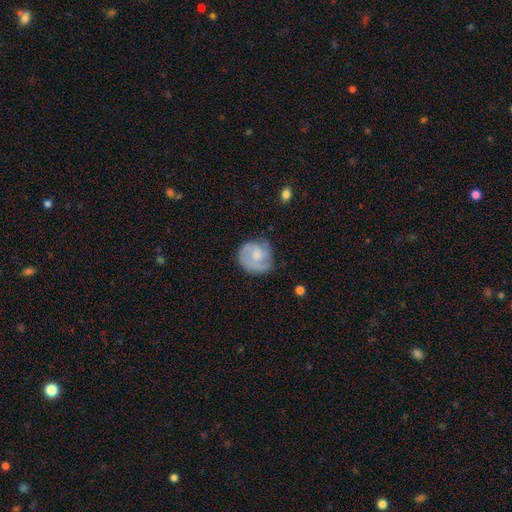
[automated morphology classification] This appears to be a featured or disk galaxy (65%) with no bar (66%), 2 (34%) tight (47%) spiral arms (89%) and a small central bulge (44%). Merging: none (65%).